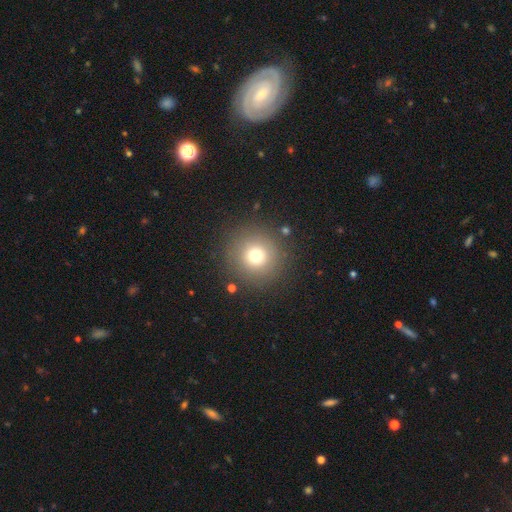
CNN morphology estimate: This appears to be a smooth galaxy with no disk features (73%) that is round (96%). Merging: none (87%).